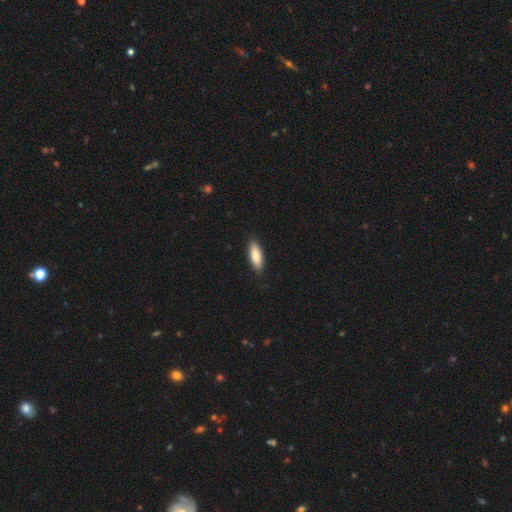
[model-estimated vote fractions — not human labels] smooth_or_featured: smooth (p=0.83) [alt: featured or disk p=0.12]
how_rounded: in between (p=0.58) [alt: cigar-shaped p=0.40]
merging: none (p=0.88) [alt: minor disturbance p=0.09]